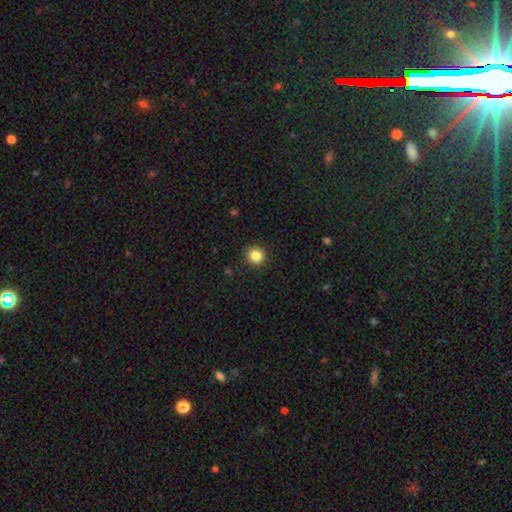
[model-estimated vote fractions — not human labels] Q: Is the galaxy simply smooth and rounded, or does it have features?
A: smooth — 84%.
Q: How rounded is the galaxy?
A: round — 89%.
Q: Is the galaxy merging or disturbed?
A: none — 91%.